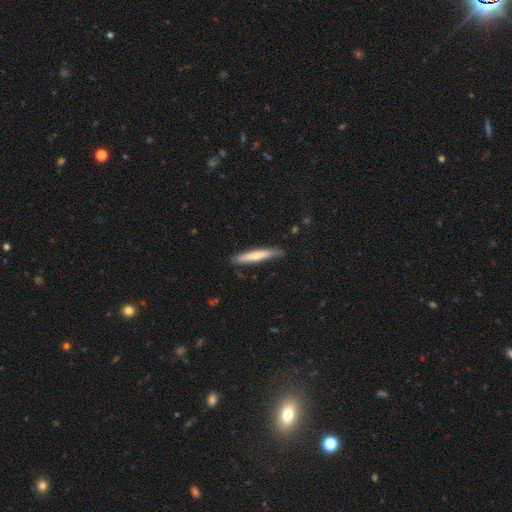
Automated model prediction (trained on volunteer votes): Smooth or featured? smooth (65%)
How rounded? cigar-shaped (92%)
Merging? none (81%)